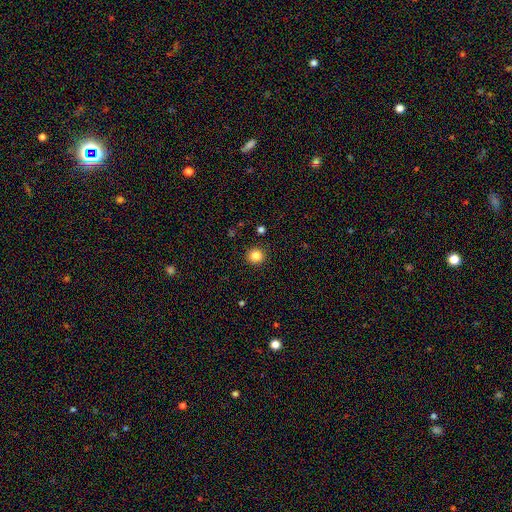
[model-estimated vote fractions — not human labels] Q: Smooth or featured?
A: smooth (85%); runner-up: star or artifact (11%)
Q: How rounded?
A: round (94%); runner-up: in between (5%)
Q: Merging?
A: none (92%); runner-up: minor disturbance (5%)